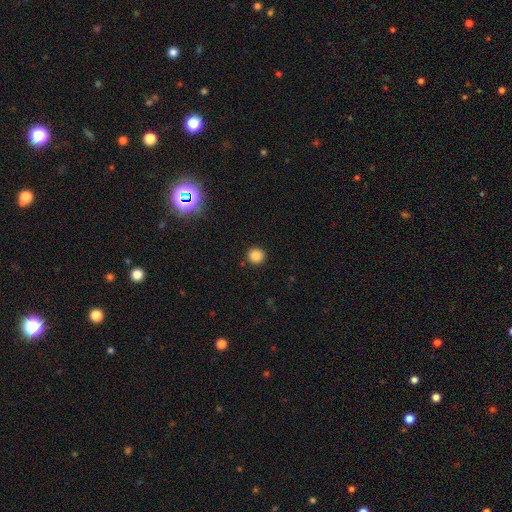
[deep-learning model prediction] Smooth or featured? smooth (84%)
How rounded? round (95%)
Merging? none (91%)